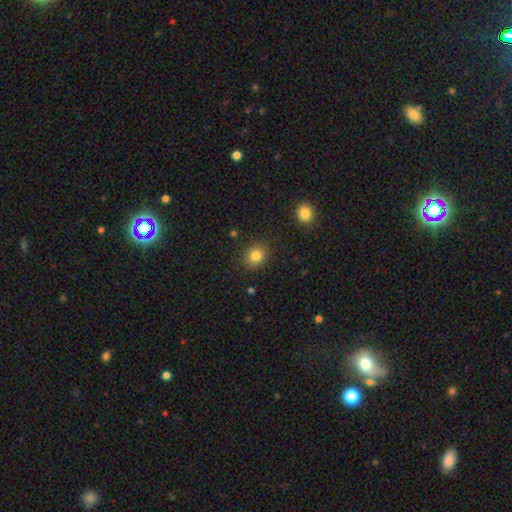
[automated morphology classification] This is clearly a smooth galaxy (82%). How rounded: likely round (74%). Merging: clearly none (87%).